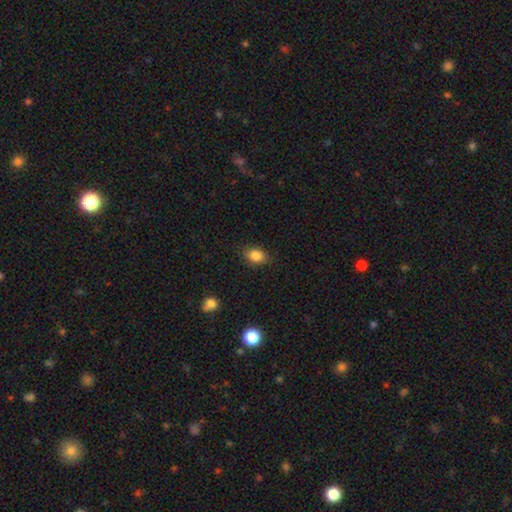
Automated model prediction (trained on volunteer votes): smooth 84%, star or artifact 10%, featured or disk 6%. Down the decision tree: how rounded — in between (74%); merging — none (83%).